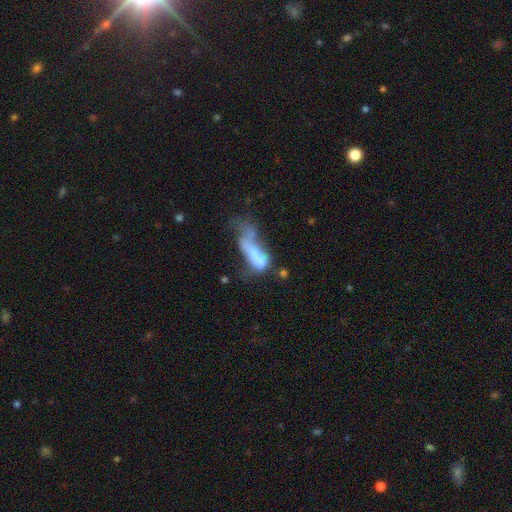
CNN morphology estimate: The model was most divided on "smooth or featured": smooth: 47%, featured or disk: 41%, star or artifact: 12%. Remaining: merging — merger (45%).